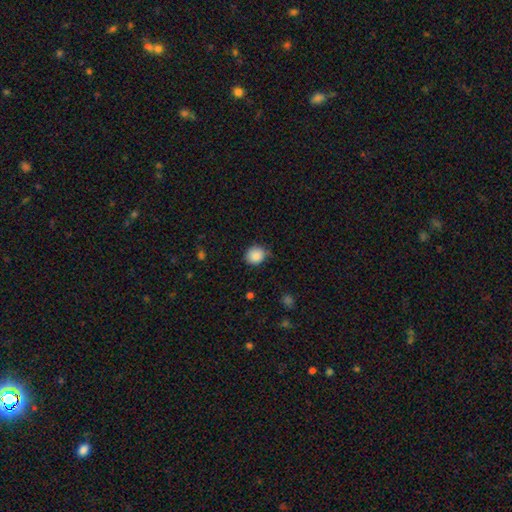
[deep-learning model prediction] Smooth or featured? Predicted: smooth (p=0.87). How rounded? Predicted: round (p=0.76). Merging? Predicted: none (p=0.73).